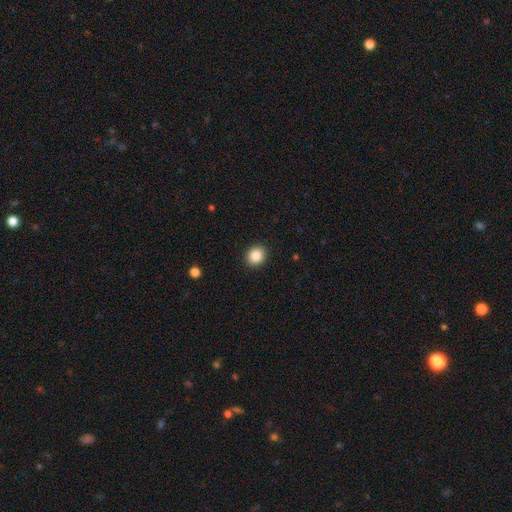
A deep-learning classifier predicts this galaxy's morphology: Smooth or featured? smooth (86%)
How rounded? round (75%)
Merging? none (91%)